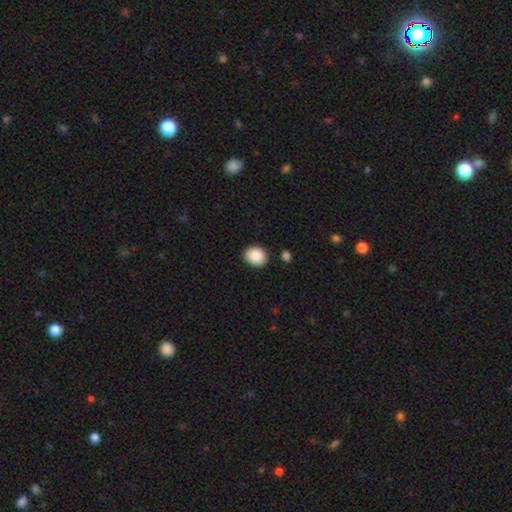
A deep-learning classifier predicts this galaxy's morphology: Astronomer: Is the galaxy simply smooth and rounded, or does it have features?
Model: smooth — 89%.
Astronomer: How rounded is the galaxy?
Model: round — 57% (runner-up: in between, 42%).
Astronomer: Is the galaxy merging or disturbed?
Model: none — 86%.